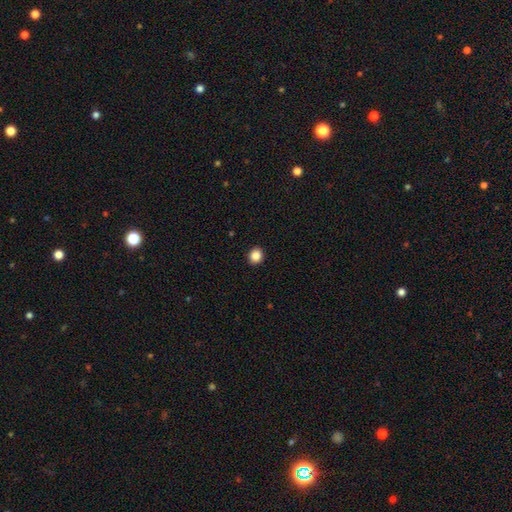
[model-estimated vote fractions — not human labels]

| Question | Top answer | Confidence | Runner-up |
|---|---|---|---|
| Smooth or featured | smooth | 86% | star or artifact (10%) |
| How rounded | round | 80% | in between (19%) |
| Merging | none | 93% | minor disturbance (5%) |